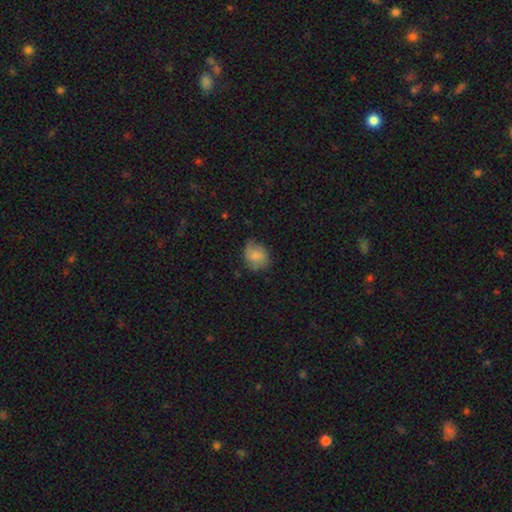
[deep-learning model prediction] smooth 73%, featured or disk 19%, star or artifact 8%. Down the decision tree: how rounded — round (51%); merging — none (61%).